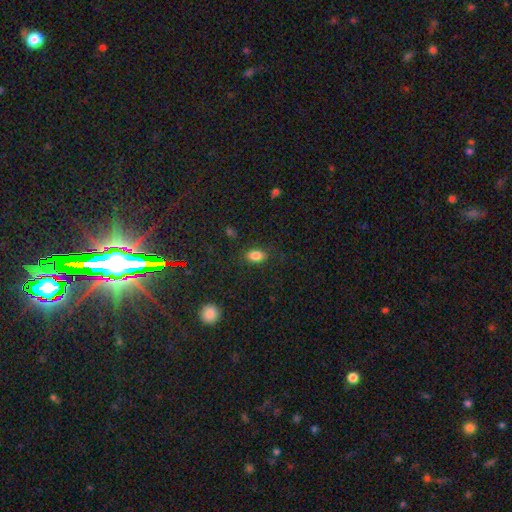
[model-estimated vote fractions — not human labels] Smooth or featured?
  - smooth: 83% *
  - star or artifact: 10%
  - featured or disk: 7%
How rounded?
  - in between: 88% *
  - round: 9%
  - cigar-shaped: 3%
Merging?
  - none: 83% *
  - minor disturbance: 12%
  - major disturbance: 4%
  - merger: 1%